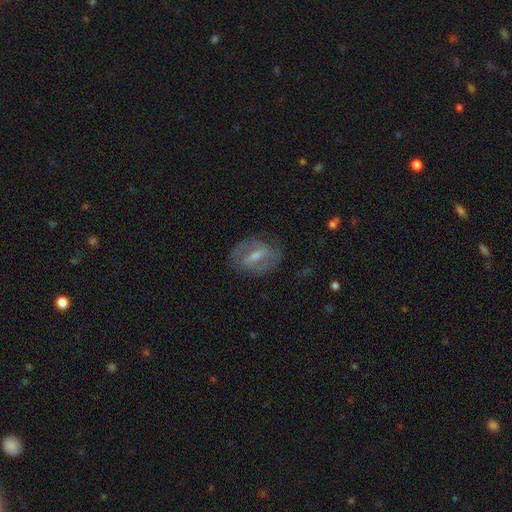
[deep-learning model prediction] smooth-or-featured: featured or disk: 73% | smooth: 19% | star or artifact: 8%
  disk-edge-on: no: 94% | yes: 6%
    bar: weak: 45% | strong: 41% | no: 14%
    has-spiral-arms: yes: 80% | no: 20%
      spiral-winding: medium: 46% | tight: 38% | loose: 17%
      spiral-arm-count: 2: 80% | can't tell: 14% | 1: 3% | 3: 2% | 4: 1% | more than 4: 1%
    bulge-size: moderate: 48% | small: 39% | none: 7% | large: 5% | dominant: 1%
  merging: none: 78% | minor disturbance: 15% | major disturbance: 6% | merger: 1%